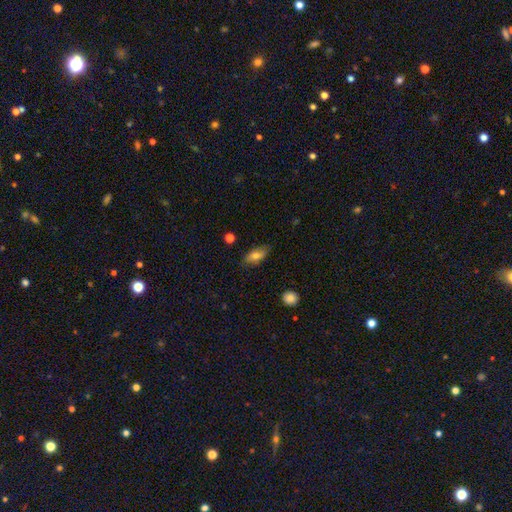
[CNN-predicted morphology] A smooth galaxy with no disk features (74%) that is in between round and cigar-shaped (81%).

Vote fractions:
- Smooth or featured? smooth: 74% / featured or disk: 19% / star or artifact: 7%
- How rounded? in between: 81% / cigar-shaped: 15% / round: 4%
- Merging? none: 81% / minor disturbance: 14% / major disturbance: 3% / merger: 1%